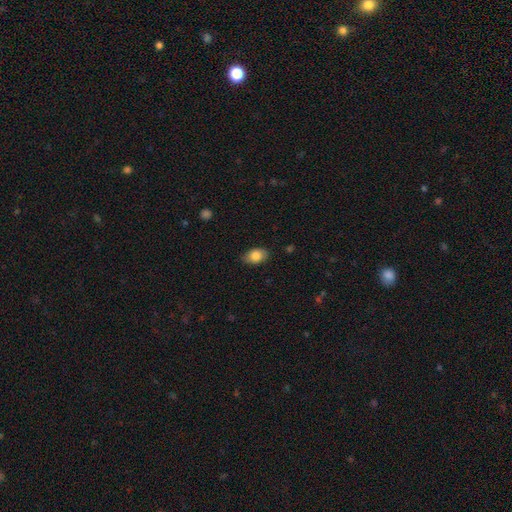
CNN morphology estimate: The model was most divided on "merging": none: 84%, minor disturbance: 13%, major disturbance: 2%, merger: 1%. More confident: how rounded — in between (88%); smooth or featured — smooth (84%).